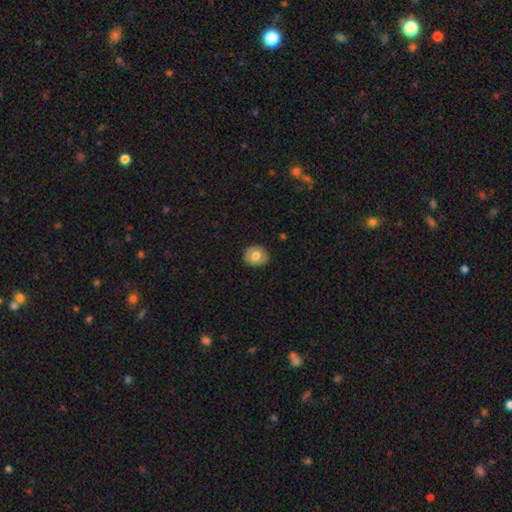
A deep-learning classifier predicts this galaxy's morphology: Smooth or featured?
  - smooth: 70% *
  - featured or disk: 23%
  - star or artifact: 7%
How rounded?
  - round: 74% *
  - in between: 25%
  - cigar-shaped: 1%
Merging?
  - none: 87% *
  - minor disturbance: 10%
  - major disturbance: 2%
  - merger: 1%